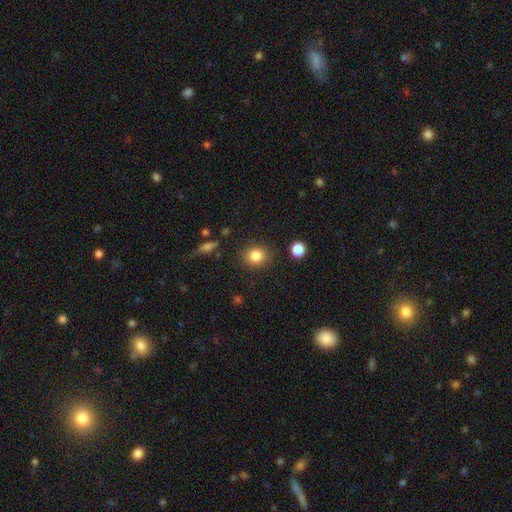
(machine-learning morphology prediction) Smooth or featured: smooth — 84% (star or artifact — 10%)
How rounded: round — 82% (in between — 17%)
Merging: none — 87% (minor disturbance — 8%)